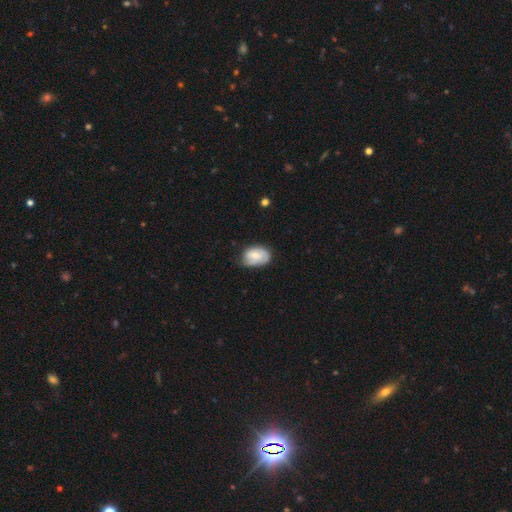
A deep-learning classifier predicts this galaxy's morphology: Smooth or featured? smooth (62%)
How rounded? in between (85%)
Merging? none (52%)